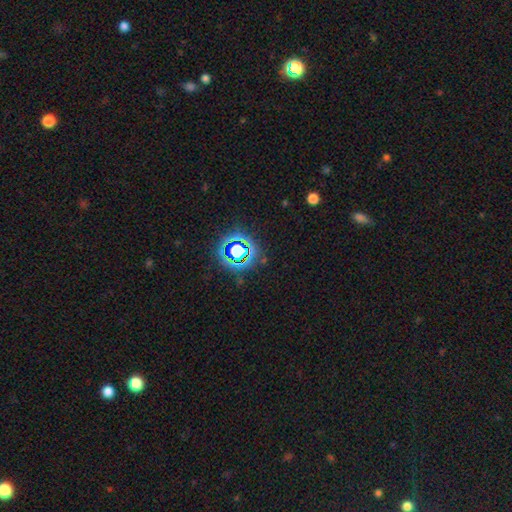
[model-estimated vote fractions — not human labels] The model was most divided on "smooth or featured": star or artifact: 79%, smooth: 14%, featured or disk: 7%.